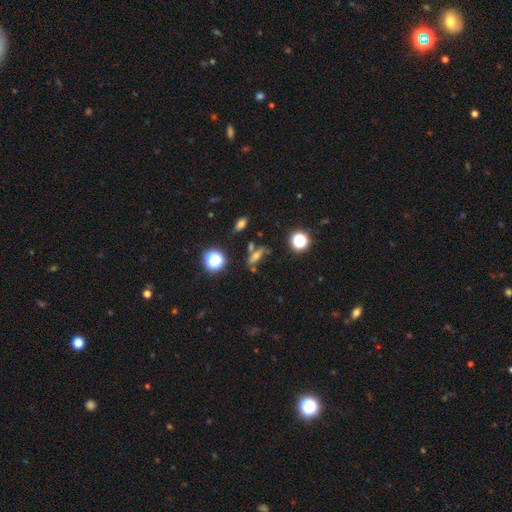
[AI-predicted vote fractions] This is marginally a smooth galaxy (43%). Merging: likely none (64%).